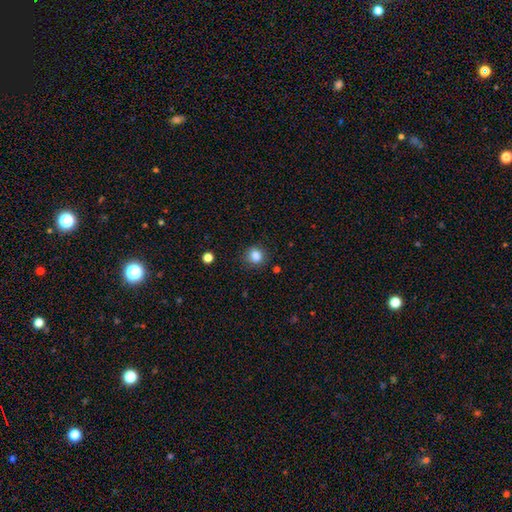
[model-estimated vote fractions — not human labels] A smooth galaxy with no disk features (84%) that is round (86%).

Vote fractions:
- Smooth or featured? smooth: 84% / star or artifact: 11% / featured or disk: 4%
- How rounded? round: 86% / in between: 13% / cigar-shaped: 1%
- Merging? none: 85% / minor disturbance: 10% / major disturbance: 3% / merger: 2%